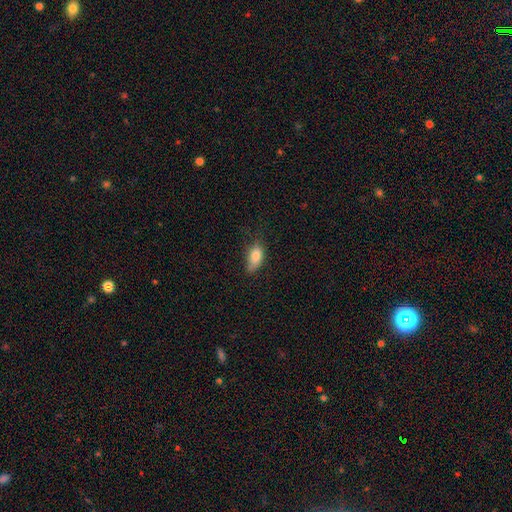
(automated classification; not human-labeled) smooth_or_featured: smooth (p=0.81) [alt: featured or disk p=0.10]
how_rounded: in between (p=0.89) [alt: cigar-shaped p=0.06]
merging: none (p=0.57) [alt: minor disturbance p=0.33]